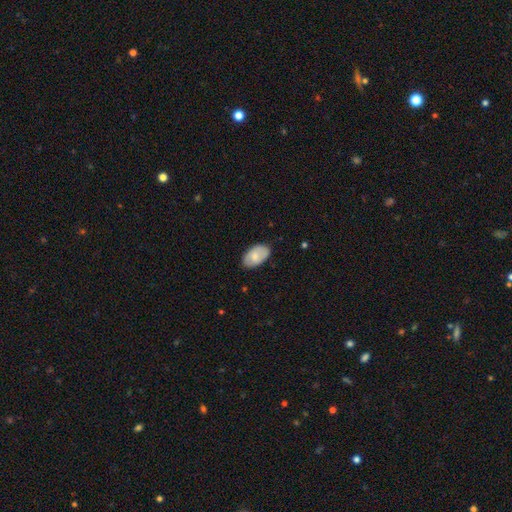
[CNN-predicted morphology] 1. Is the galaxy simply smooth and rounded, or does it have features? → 72% smooth, 22% featured or disk, 6% star or artifact.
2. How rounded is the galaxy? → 94% in between, 5% round, 1% cigar-shaped.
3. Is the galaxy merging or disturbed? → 82% none, 14% minor disturbance, 2% major disturbance, 1% merger.